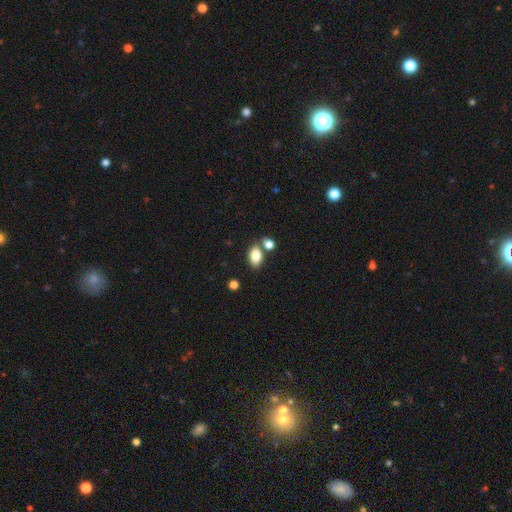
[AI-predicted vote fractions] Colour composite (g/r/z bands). It shows a smooth galaxy with no disk features (82%) that is in between round and cigar-shaped (87%). Merging: none (64%).